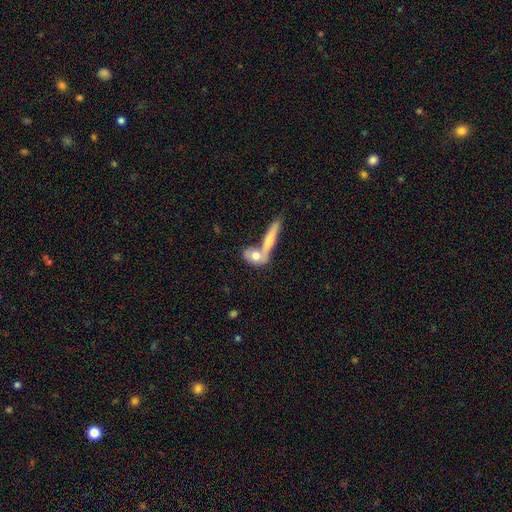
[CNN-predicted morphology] Q: Smooth or featured?
A: smooth (68%); runner-up: featured or disk (26%)
Q: How rounded?
A: in between (55%); runner-up: cigar-shaped (29%)
Q: Merging?
A: merger (50%); runner-up: none (34%)